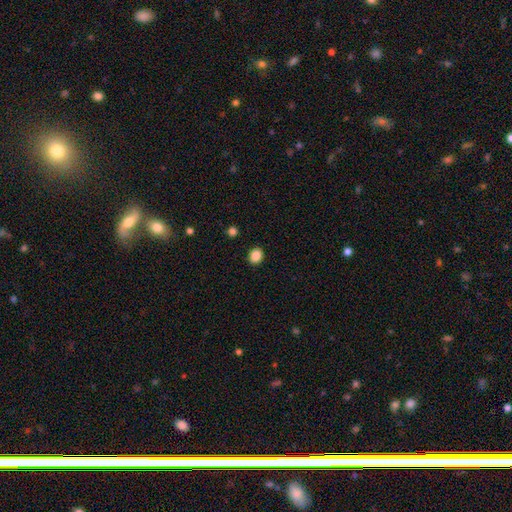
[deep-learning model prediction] This appears to be a smooth galaxy with no disk features (87%) that is round (65%). Merging: none (91%).